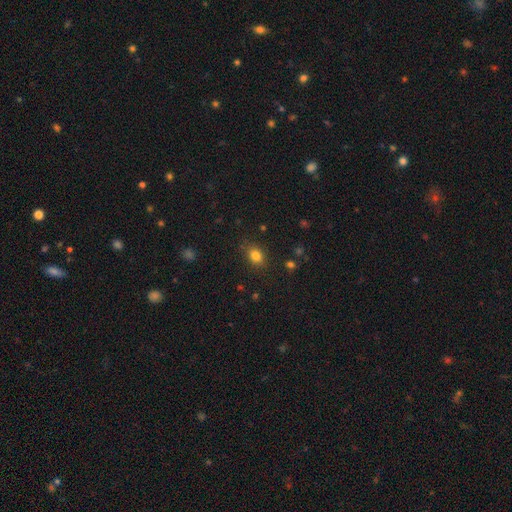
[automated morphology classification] smooth_or_featured: smooth (p=0.81) [alt: star or artifact p=0.12]
how_rounded: in between (p=0.62) [alt: round p=0.36]
merging: none (p=0.83) [alt: minor disturbance p=0.12]